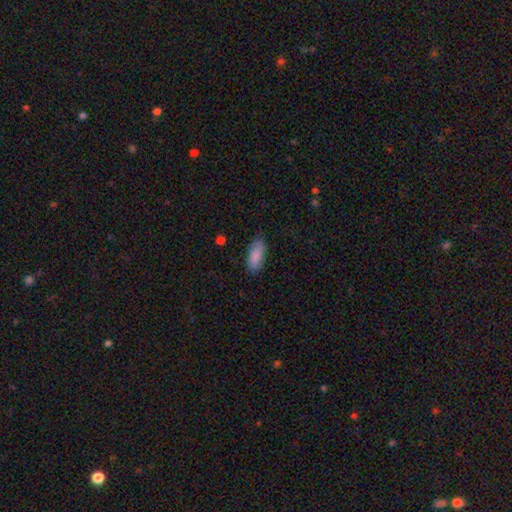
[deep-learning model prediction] Overall: smooth (87%). How rounded: in between (83%). Merging: none (80%).